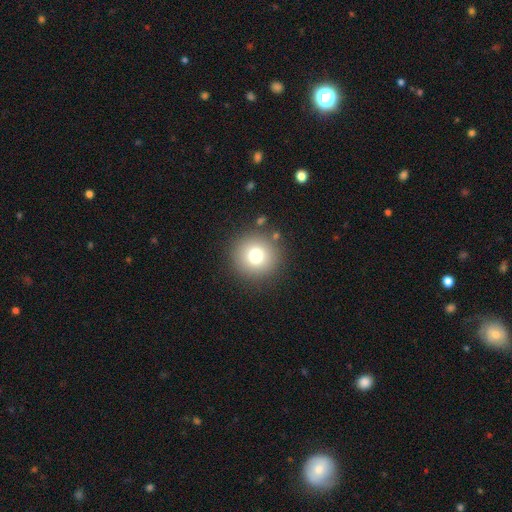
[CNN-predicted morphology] A smooth galaxy with no disk features (76%) that is round (95%). Merging: none (87%).